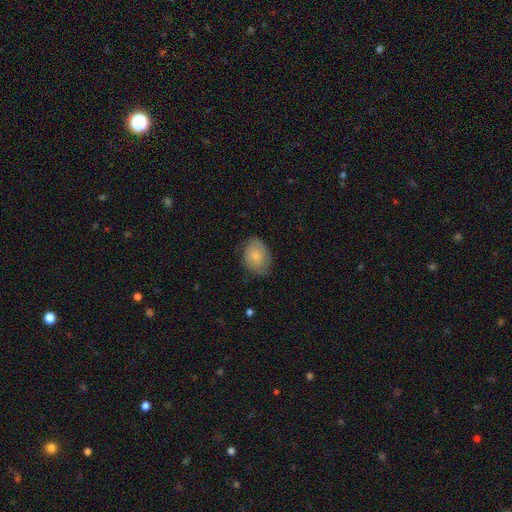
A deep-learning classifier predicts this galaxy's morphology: smooth_or_featured: smooth (p=0.75) [alt: featured or disk p=0.19]
how_rounded: in between (p=0.71) [alt: round p=0.28]
merging: none (p=0.69) [alt: minor disturbance p=0.25]